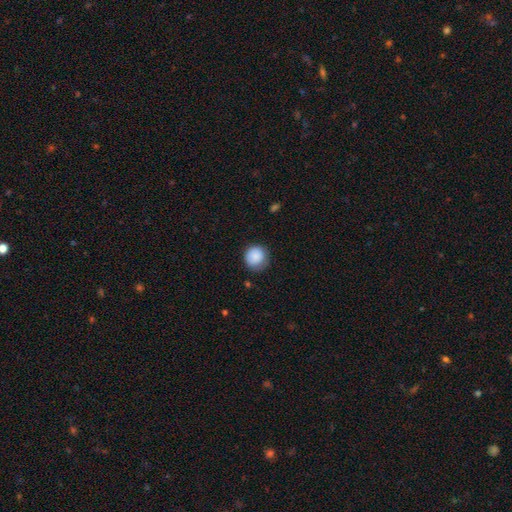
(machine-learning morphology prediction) smooth_or_featured: smooth (p=0.88) [alt: star or artifact p=0.07]
how_rounded: round (p=0.92) [alt: in between p=0.07]
merging: none (p=0.74) [alt: minor disturbance p=0.19]